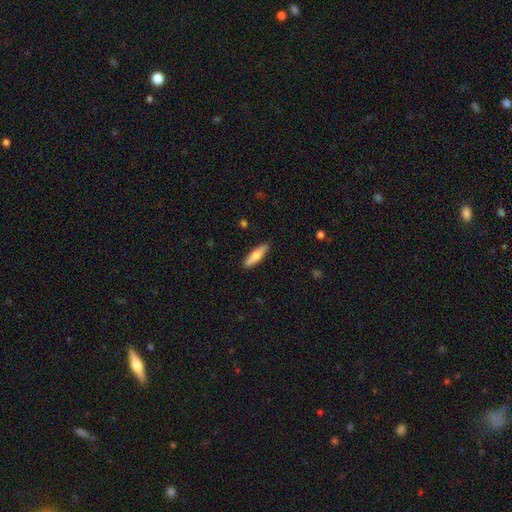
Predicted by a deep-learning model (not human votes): smooth 66%, featured or disk 28%, star or artifact 6%. Down the decision tree: how rounded — cigar-shaped (73%); merging — none (88%).